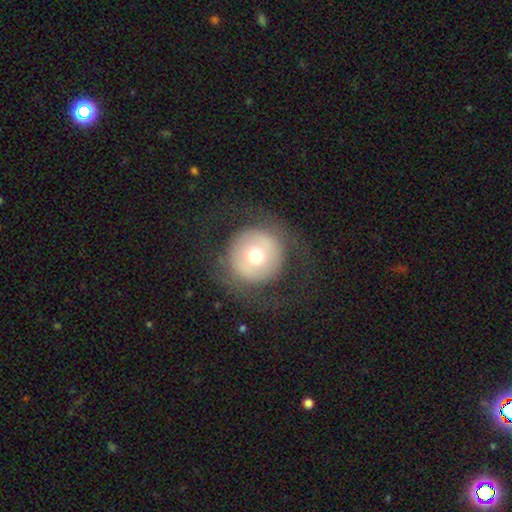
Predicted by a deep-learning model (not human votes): A smooth galaxy with no disk features (58%) that is round (95%). Merging: none (74%).